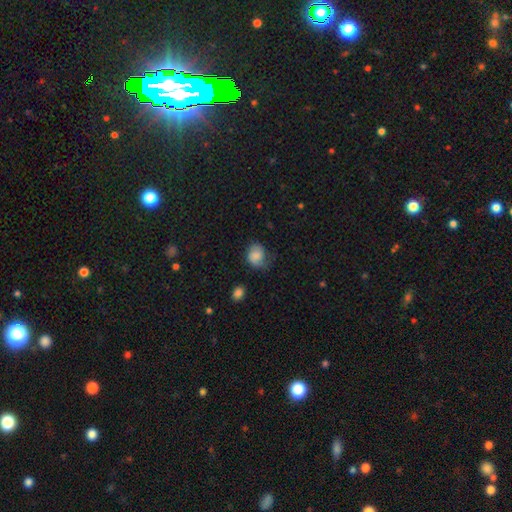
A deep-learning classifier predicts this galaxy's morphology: Smooth or featured? smooth (67%)
How rounded? round (58%)
Merging? none (45%)